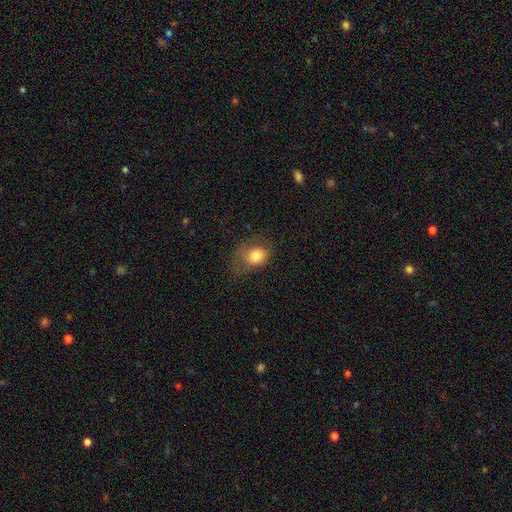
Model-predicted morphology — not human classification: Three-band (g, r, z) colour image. It shows a smooth galaxy with no disk features (77%) that is in between round and cigar-shaped (50%). Merging: none (40%).